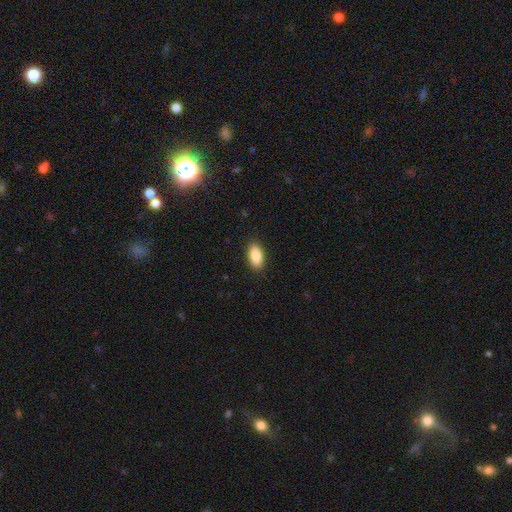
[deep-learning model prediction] A smooth galaxy with no disk features (88%) that is in between round and cigar-shaped (92%).

Vote fractions:
- Smooth or featured? smooth: 88% / star or artifact: 7% / featured or disk: 5%
- How rounded? in between: 92% / cigar-shaped: 5% / round: 3%
- Merging? none: 89% / minor disturbance: 8% / major disturbance: 2% / merger: 1%